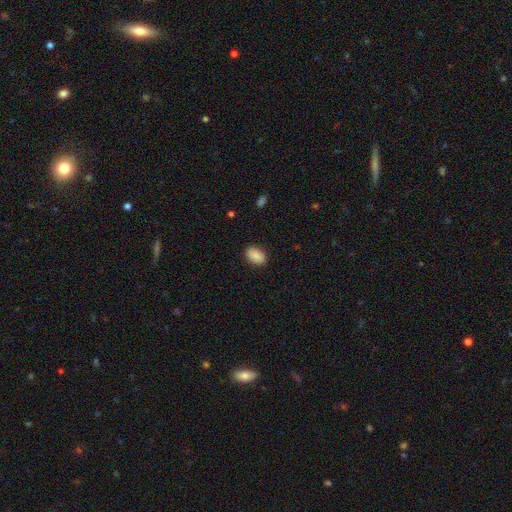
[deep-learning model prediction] smooth-or-featured: smooth: 88% | star or artifact: 7% | featured or disk: 5%
  how-rounded: in between: 90% | round: 9% | cigar-shaped: 1%
  merging: none: 88% | minor disturbance: 9% | major disturbance: 2% | merger: 1%